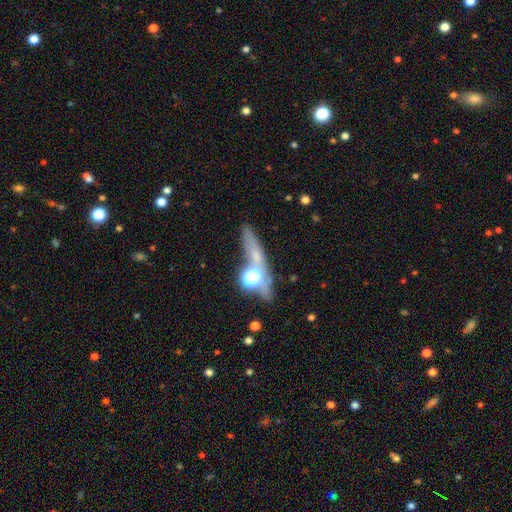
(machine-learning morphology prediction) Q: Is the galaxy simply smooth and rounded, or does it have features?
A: smooth — 42%.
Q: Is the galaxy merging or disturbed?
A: none — 62%.